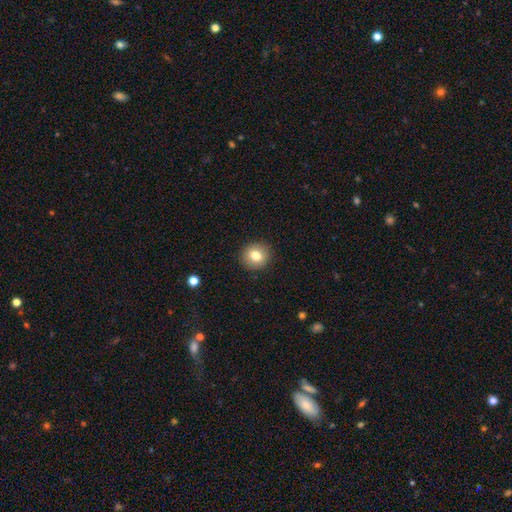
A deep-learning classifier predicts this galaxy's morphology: Smooth or featured? Predicted: smooth (p=0.78). How rounded? Predicted: round (p=0.88). Merging? Predicted: none (p=0.91).